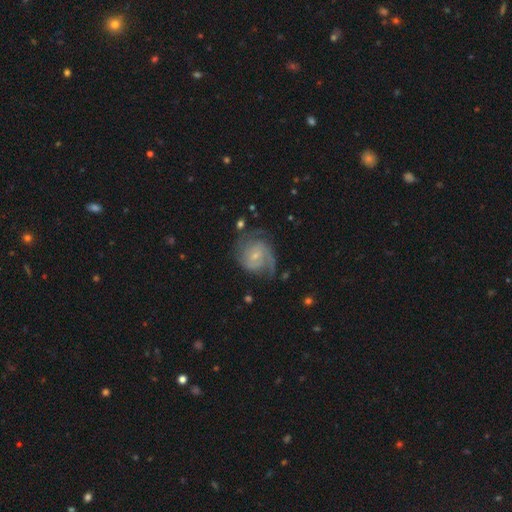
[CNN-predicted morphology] Smooth or featured?
  - featured or disk: 83% *
  - smooth: 11%
  - star or artifact: 6%
Edge-on disk?
  - no: 98% *
  - yes: 2%
Bar?
  - no: 53% *
  - weak: 40%
  - strong: 7%
Spiral arms?
  - yes: 95% *
  - no: 5%
Spiral winding?
  - tight: 43% *
  - medium: 42%
  - loose: 15%
Spiral arm count?
  - 2: 45% *
  - can't tell: 21%
  - 3: 18%
  - 1: 7%
  - 4: 5%
  - more than 4: 4%
Bulge size?
  - small: 73% *
  - moderate: 21%
  - none: 4%
  - large: 1%
  - dominant: 1%
Merging?
  - none: 61% *
  - minor disturbance: 21%
  - major disturbance: 15%
  - merger: 2%